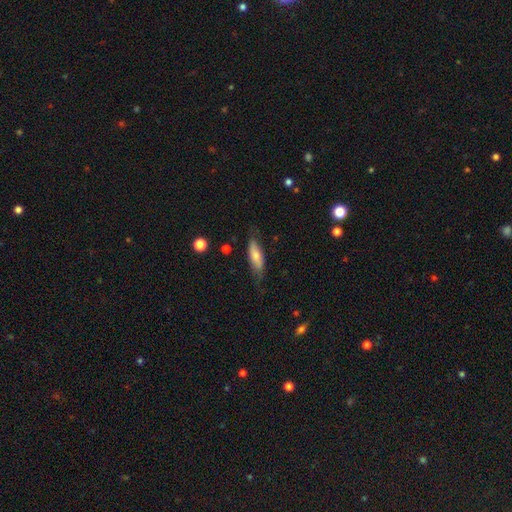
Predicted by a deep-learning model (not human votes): Morphology: type=smooth (65%); roundness=in between (60%); merging=none (65%).